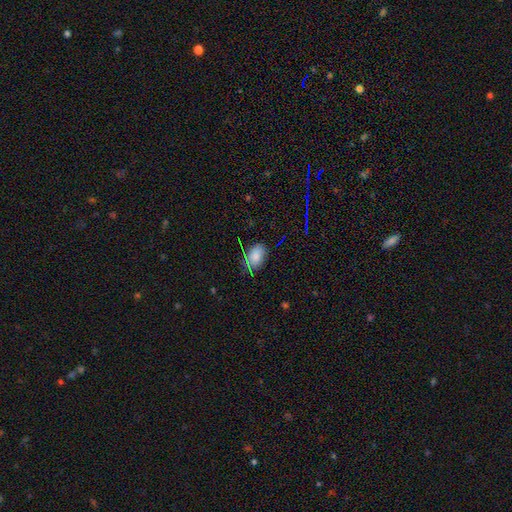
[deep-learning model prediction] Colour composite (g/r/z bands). It shows a smooth galaxy with no disk features (76%) that is in between round and cigar-shaped (86%). Merging: none (72%).